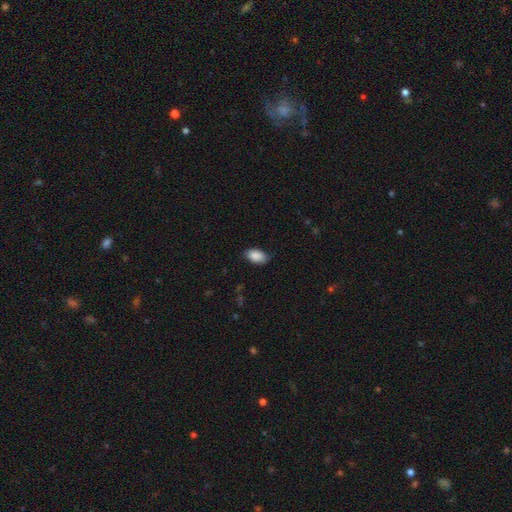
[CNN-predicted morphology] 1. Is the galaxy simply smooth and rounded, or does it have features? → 88% smooth, 7% star or artifact, 5% featured or disk.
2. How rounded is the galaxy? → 93% in between, 5% round, 2% cigar-shaped.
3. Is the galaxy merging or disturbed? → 80% none, 16% minor disturbance, 3% major disturbance, 1% merger.